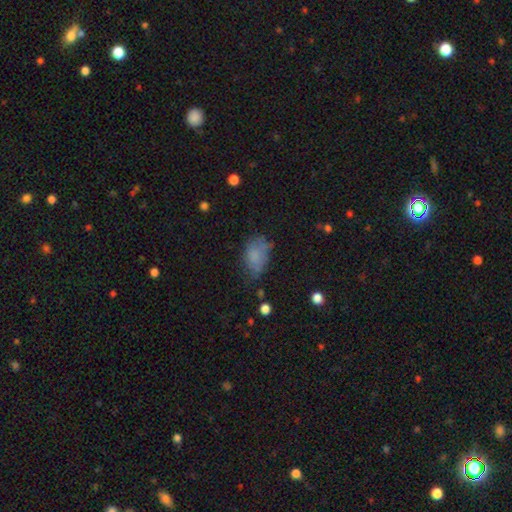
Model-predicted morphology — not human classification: type=smooth (72%); roundness=in between (86%); merging=none (45%).